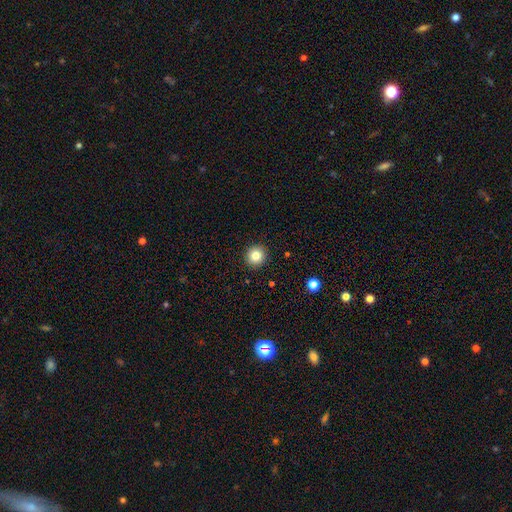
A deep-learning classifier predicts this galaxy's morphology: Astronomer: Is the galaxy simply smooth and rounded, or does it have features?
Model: smooth — 81%.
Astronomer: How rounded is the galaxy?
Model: round — 93%.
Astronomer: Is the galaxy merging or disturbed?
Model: none — 93%.